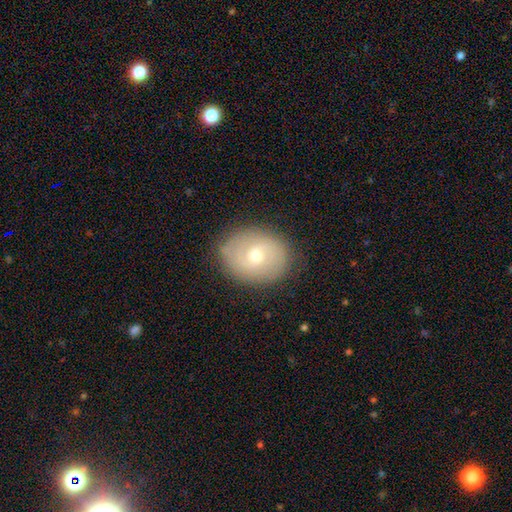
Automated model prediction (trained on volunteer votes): Smooth or featured: featured or disk — 53% (smooth — 39%)
Edge-on disk: no — 96% (yes — 4%)
Bar: no — 58% (weak — 36%)
Spiral arms: yes — 69% (no — 31%)
Bulge size: moderate — 54% (small — 42%)
Merging: none — 84% (minor disturbance — 12%)